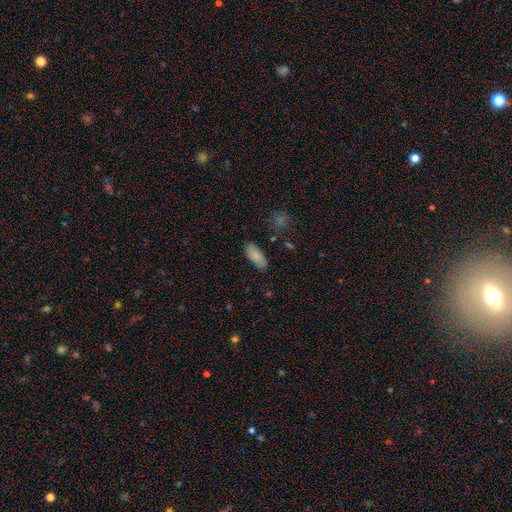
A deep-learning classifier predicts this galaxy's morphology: Smooth or featured: smooth — 84% (featured or disk — 9%)
How rounded: in between — 86% (cigar-shaped — 12%)
Merging: none — 83% (minor disturbance — 12%)